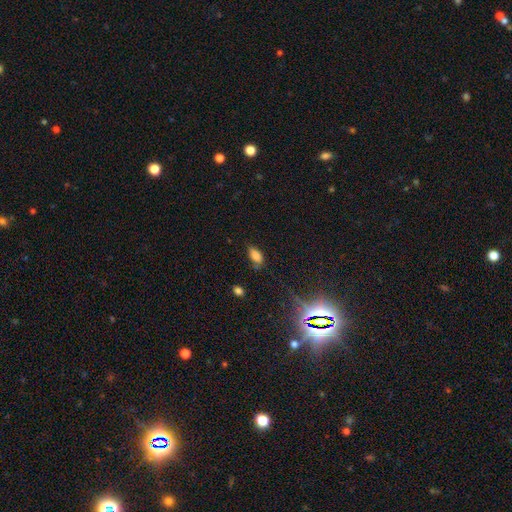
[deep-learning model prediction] The model was most divided on "merging": none: 62%, minor disturbance: 28%, major disturbance: 8%, merger: 3%. More confident: how rounded — in between (91%); smooth or featured — smooth (77%).